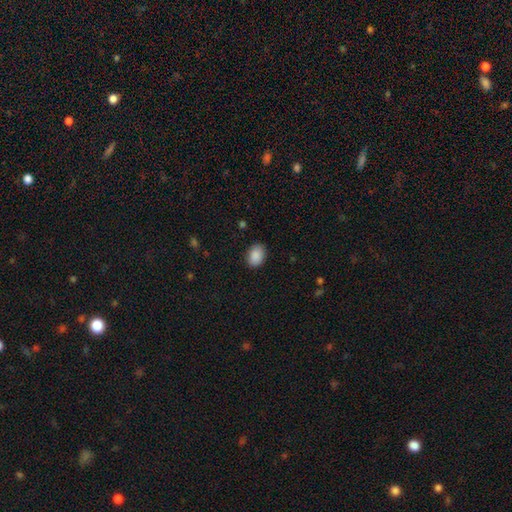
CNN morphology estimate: Smooth or featured?
  - smooth: 89% *
  - star or artifact: 7%
  - featured or disk: 3%
How rounded?
  - in between: 80% *
  - round: 19%
  - cigar-shaped: 1%
Merging?
  - none: 86% *
  - minor disturbance: 10%
  - major disturbance: 3%
  - merger: 1%